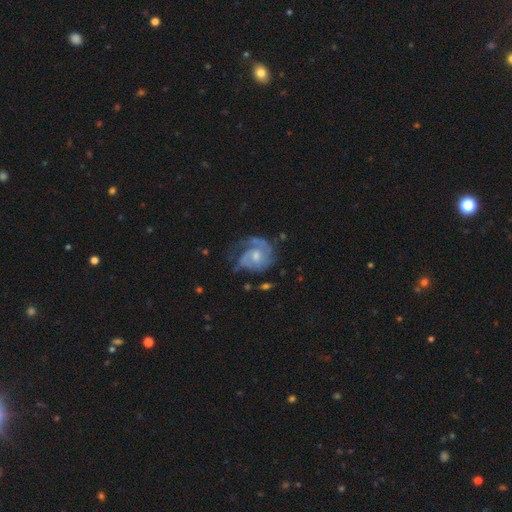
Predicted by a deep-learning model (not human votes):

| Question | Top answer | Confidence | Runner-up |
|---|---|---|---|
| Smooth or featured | featured or disk | 82% | smooth (13%) |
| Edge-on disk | no | 98% | yes (2%) |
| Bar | no | 62% | weak (33%) |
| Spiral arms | yes | 94% | no (6%) |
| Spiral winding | tight | 48% | medium (38%) |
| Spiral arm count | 2 | 48% | 1 (21%) |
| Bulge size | moderate | 55% | small (36%) |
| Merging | none | 55% | minor disturbance (23%) |